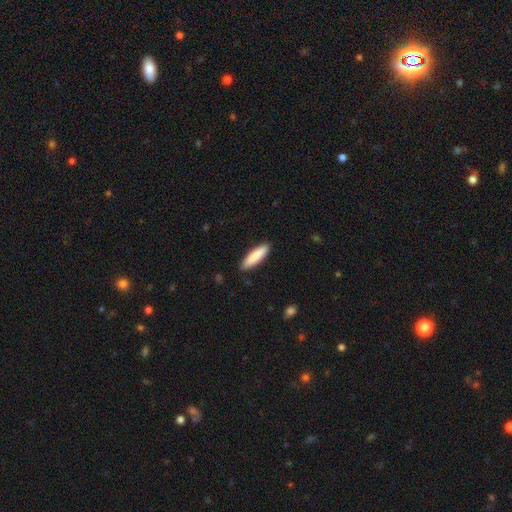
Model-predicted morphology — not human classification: Q: Smooth or featured?
A: smooth (86%); runner-up: featured or disk (8%)
Q: How rounded?
A: cigar-shaped (70%); runner-up: in between (29%)
Q: Merging?
A: none (89%); runner-up: minor disturbance (8%)